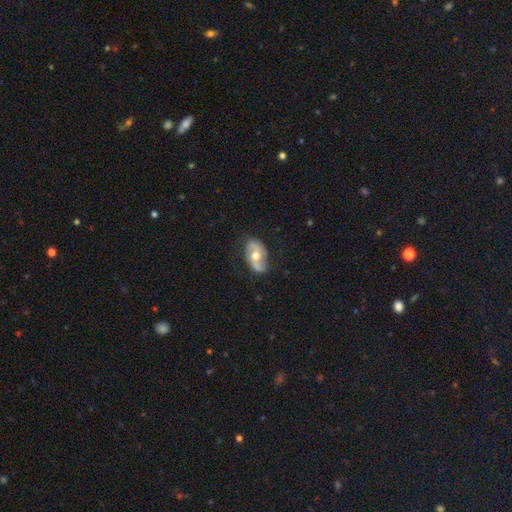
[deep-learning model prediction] featured or disk 69%, smooth 25%, star or artifact 6%. Down the decision tree: edge-on disk — no (93%); bar — no (55%); spiral arms — yes (81%); spiral arm count — 2 (89%); spiral winding — loose (58%); bulge size — moderate (78%); merging — none (76%).